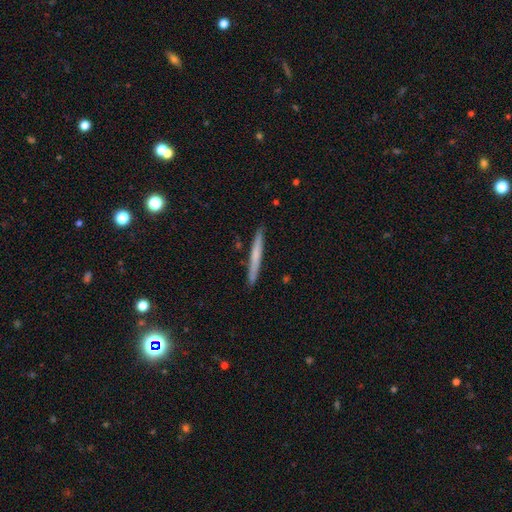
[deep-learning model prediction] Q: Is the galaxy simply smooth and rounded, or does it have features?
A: smooth — 56%.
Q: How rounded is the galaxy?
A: cigar-shaped — 97%.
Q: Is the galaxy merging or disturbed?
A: none — 90%.